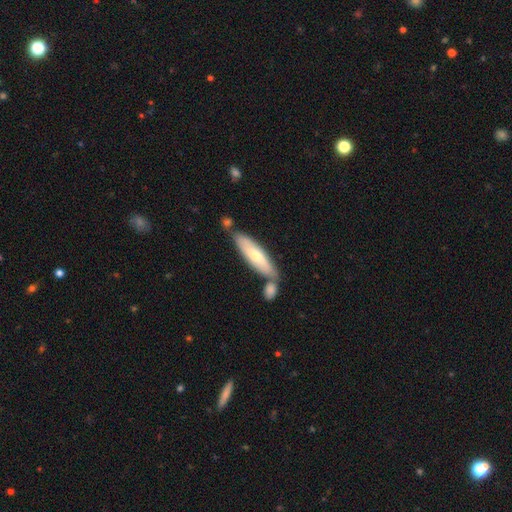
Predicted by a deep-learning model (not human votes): smooth-or-featured: smooth: 62% | featured or disk: 33% | star or artifact: 5%
  how-rounded: cigar-shaped: 65% | in between: 34% | round: 1%
  merging: none: 56% | merger: 26% | minor disturbance: 14% | major disturbance: 3%